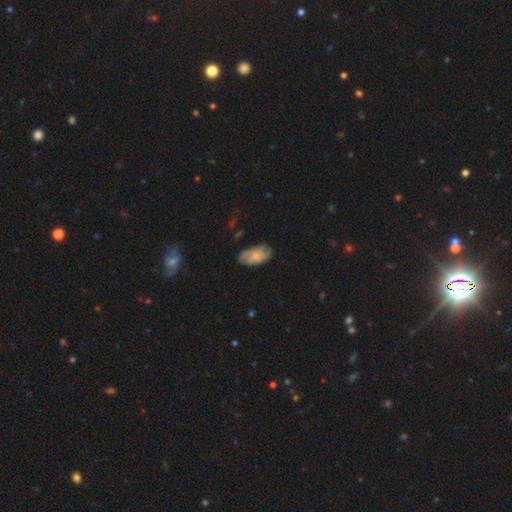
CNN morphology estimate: Smooth or featured: smooth — 51% (featured or disk — 42%)
How rounded: in between — 93% (round — 4%)
Merging: none — 68% (minor disturbance — 24%)